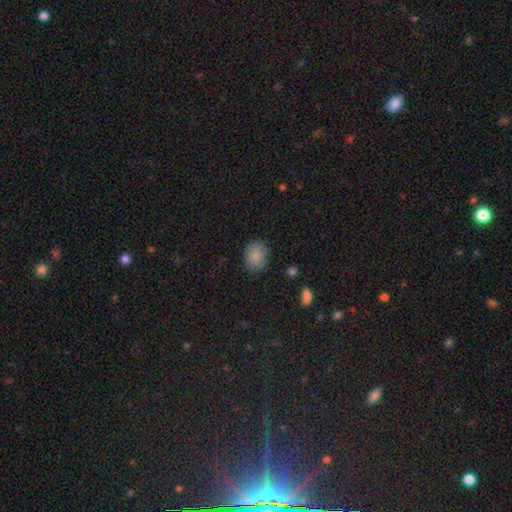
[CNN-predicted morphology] type=smooth (84%); roundness=in between (50%); merging=none (84%).